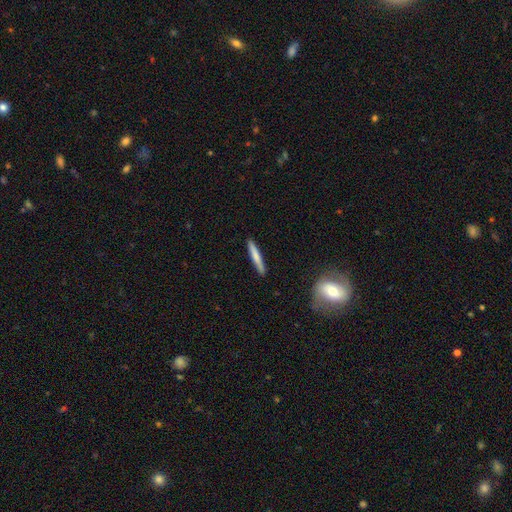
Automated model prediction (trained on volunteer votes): Overall: smooth (71%). How rounded: cigar-shaped (95%). Merging: none (90%).